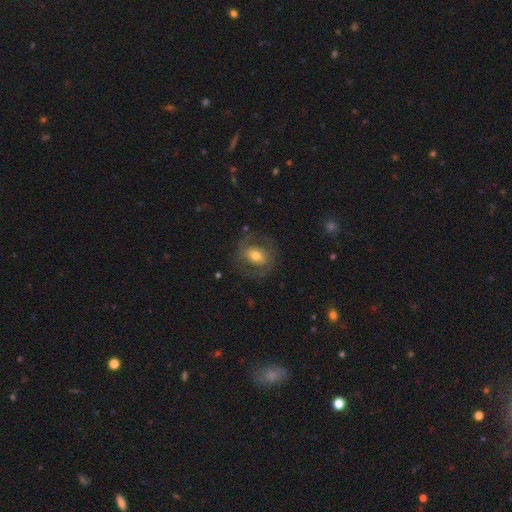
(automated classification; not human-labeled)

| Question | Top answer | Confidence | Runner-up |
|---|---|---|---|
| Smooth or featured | featured or disk | 56% | smooth (36%) |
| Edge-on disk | no | 95% | yes (5%) |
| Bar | no | 40% | weak (37%) |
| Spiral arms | yes | 62% | no (38%) |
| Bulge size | moderate | 68% | small (17%) |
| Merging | none | 71% | minor disturbance (15%) |